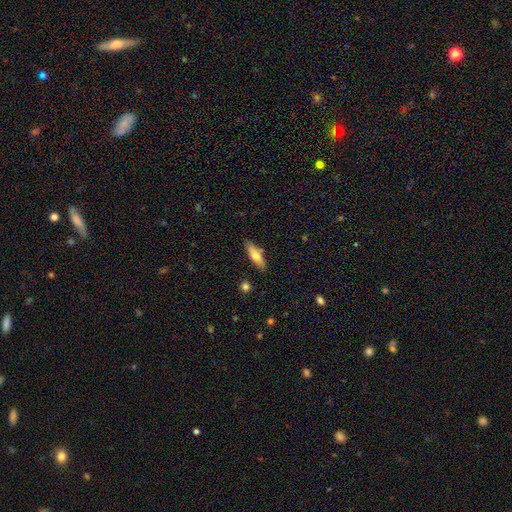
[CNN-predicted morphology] A smooth galaxy with no disk features (61%) that is cigar-shaped (51%).

Vote fractions:
- Smooth or featured? smooth: 61% / featured or disk: 32% / star or artifact: 6%
- How rounded? cigar-shaped: 51% / in between: 47% / round: 2%
- Merging? none: 83% / minor disturbance: 11% / merger: 3% / major disturbance: 2%